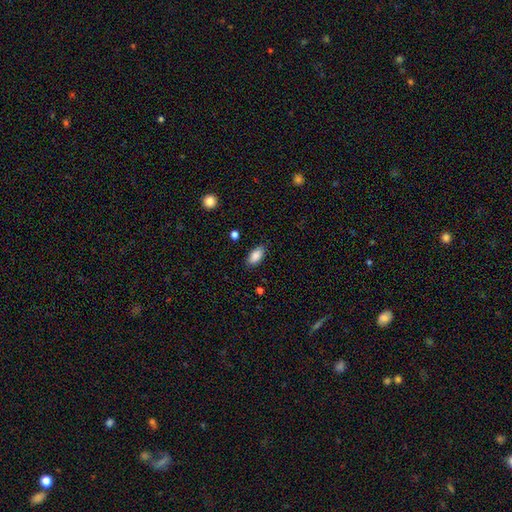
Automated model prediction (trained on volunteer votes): A smooth galaxy with no disk features (88%) that is in between round and cigar-shaped (90%). Merging: none (85%).